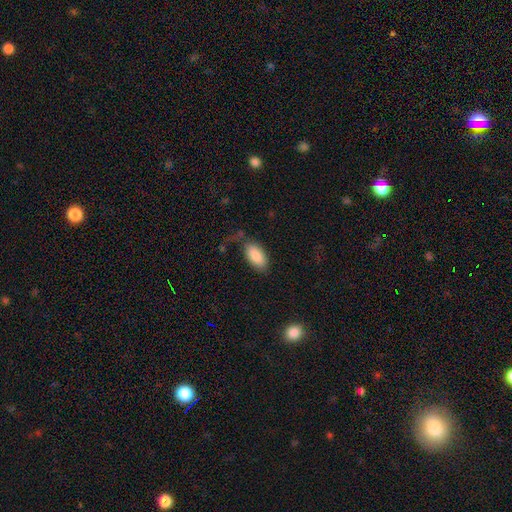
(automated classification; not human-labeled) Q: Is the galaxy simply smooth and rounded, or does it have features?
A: smooth — 86%.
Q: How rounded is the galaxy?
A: in between — 94%.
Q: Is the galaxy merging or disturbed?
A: none — 66%.